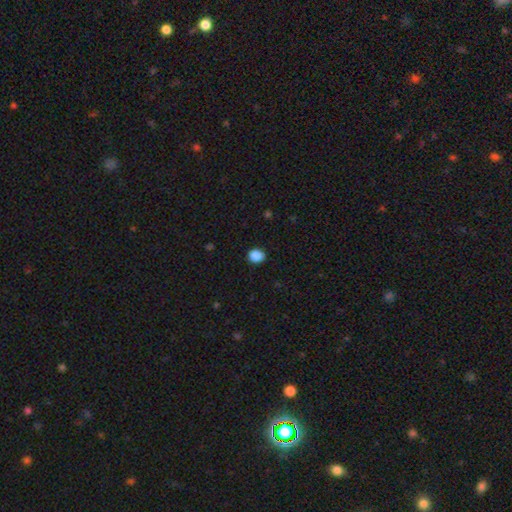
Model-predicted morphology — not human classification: Smooth or featured: smooth — 88% (star or artifact — 9%)
How rounded: round — 66% (in between — 33%)
Merging: none — 87% (minor disturbance — 10%)